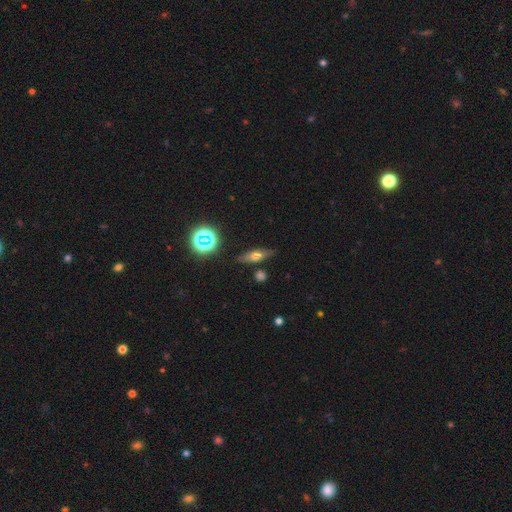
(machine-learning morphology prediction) A smooth galaxy with no disk features (46%). Merging: none (82%).